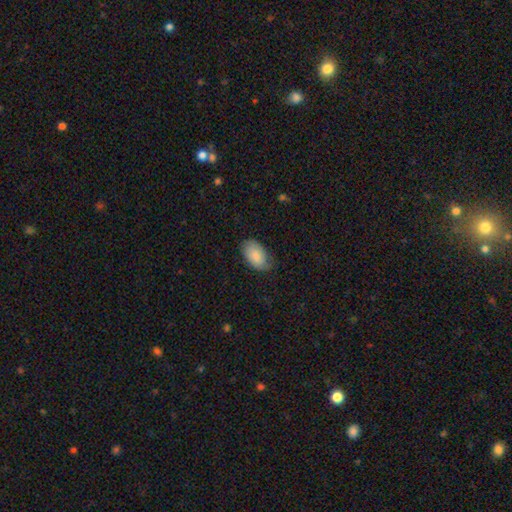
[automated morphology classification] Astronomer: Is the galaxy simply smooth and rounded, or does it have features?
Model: smooth — 82%.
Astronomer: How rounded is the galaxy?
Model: in between — 93%.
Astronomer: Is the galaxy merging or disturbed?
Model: none — 67%.